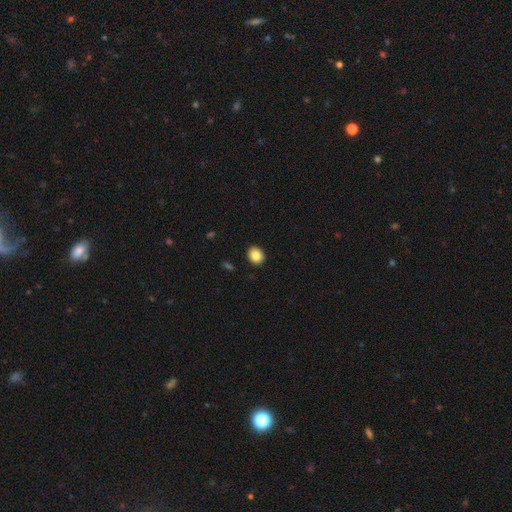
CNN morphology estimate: smooth-or-featured: smooth: 84% | star or artifact: 9% | featured or disk: 7%
  how-rounded: round: 66% | in between: 33% | cigar-shaped: 1%
  merging: none: 91% | minor disturbance: 6% | major disturbance: 2% | merger: 1%